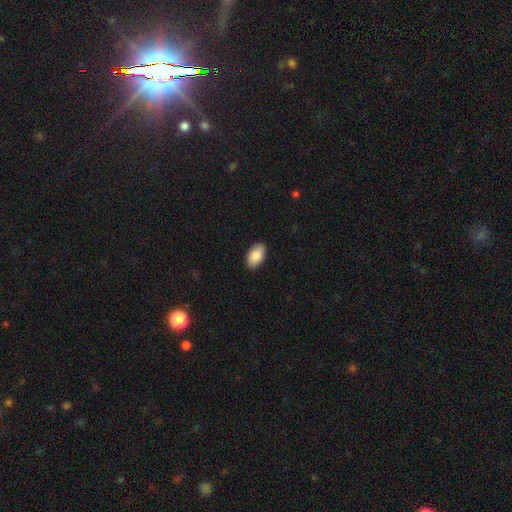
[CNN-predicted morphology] Smooth or featured? smooth (86%)
How rounded? in between (94%)
Merging? none (90%)